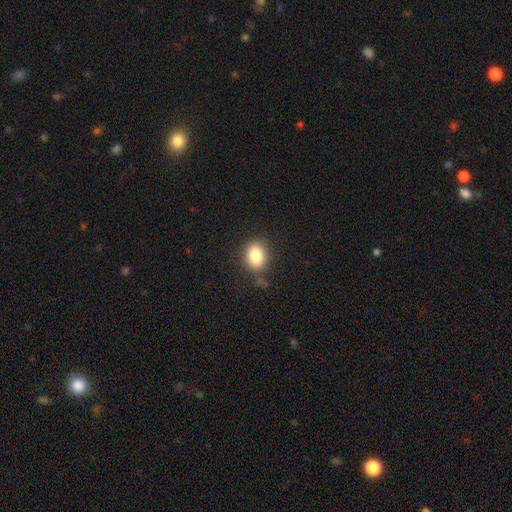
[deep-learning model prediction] Smooth or featured? smooth (84%)
How rounded? round (51%)
Merging? none (76%)